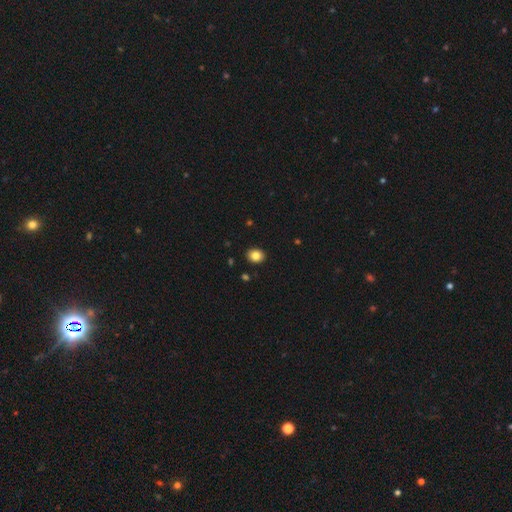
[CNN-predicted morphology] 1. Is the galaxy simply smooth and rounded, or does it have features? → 84% smooth, 10% star or artifact, 6% featured or disk.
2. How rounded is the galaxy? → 56% round, 43% in between, 1% cigar-shaped.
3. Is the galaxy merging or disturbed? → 91% none, 6% minor disturbance, 2% major disturbance, 1% merger.